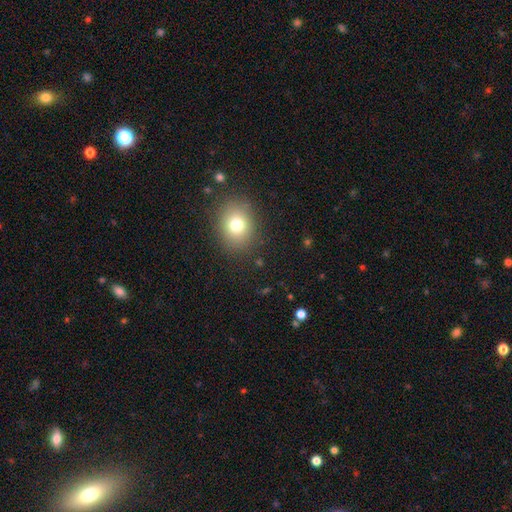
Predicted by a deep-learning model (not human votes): Smooth or featured?
  - smooth: 67% *
  - star or artifact: 23%
  - featured or disk: 10%
How rounded?
  - round: 64% *
  - in between: 35%
  - cigar-shaped: 1%
Merging?
  - none: 88% *
  - minor disturbance: 8%
  - major disturbance: 2%
  - merger: 2%